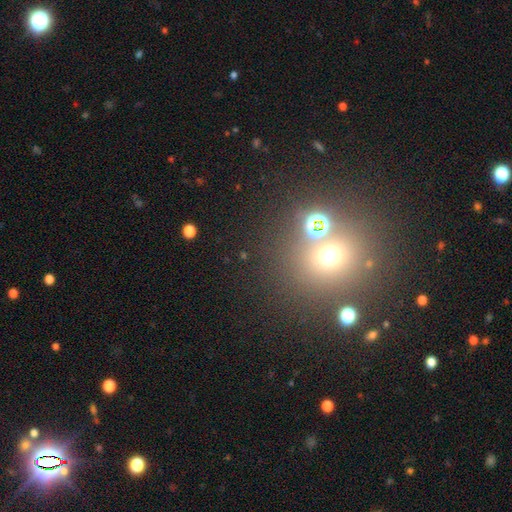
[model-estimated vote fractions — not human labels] Smooth or featured? Predicted: star or artifact (p=0.44).